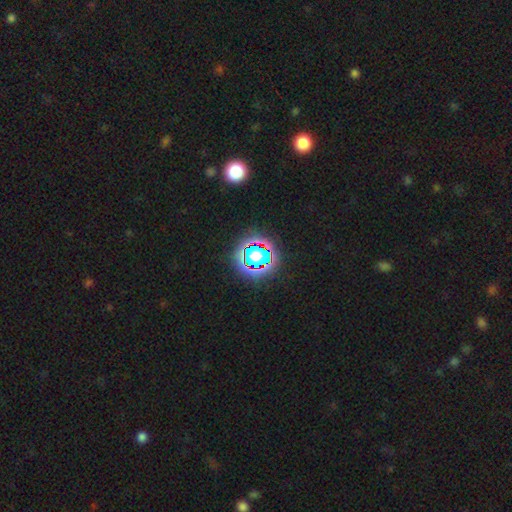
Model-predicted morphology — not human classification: smooth_or_featured: star or artifact (p=0.62) [alt: smooth p=0.24]